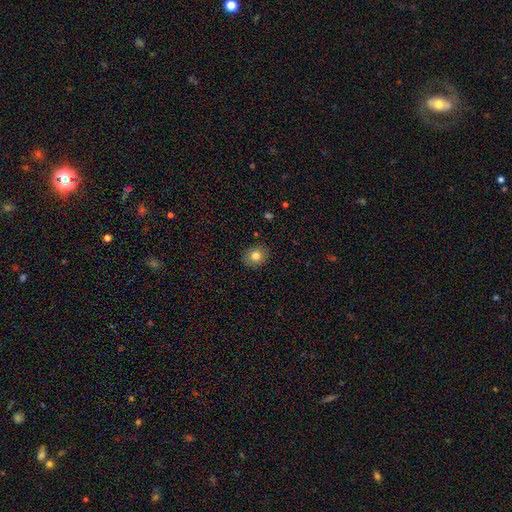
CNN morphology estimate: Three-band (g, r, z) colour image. It shows a smooth galaxy with no disk features (79%) that is round (58%). Merging: none (87%).